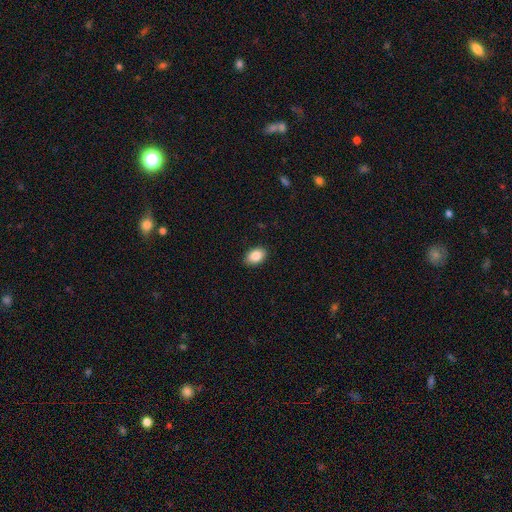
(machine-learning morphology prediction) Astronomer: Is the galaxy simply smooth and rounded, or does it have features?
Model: smooth — 88%.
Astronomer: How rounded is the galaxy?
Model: in between — 86%.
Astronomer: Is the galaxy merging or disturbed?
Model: none — 89%.